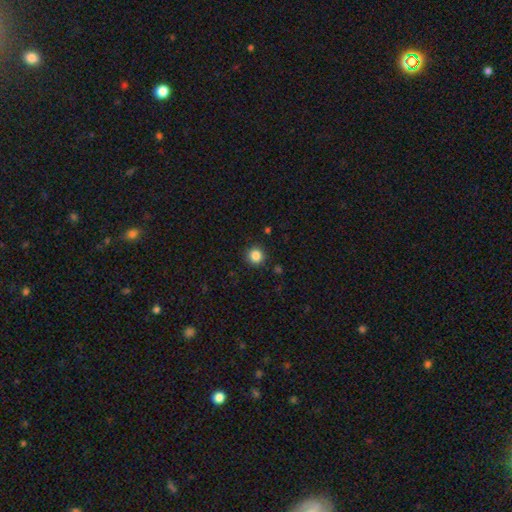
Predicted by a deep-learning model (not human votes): Smooth or featured? smooth (85%)
How rounded? round (95%)
Merging? none (92%)